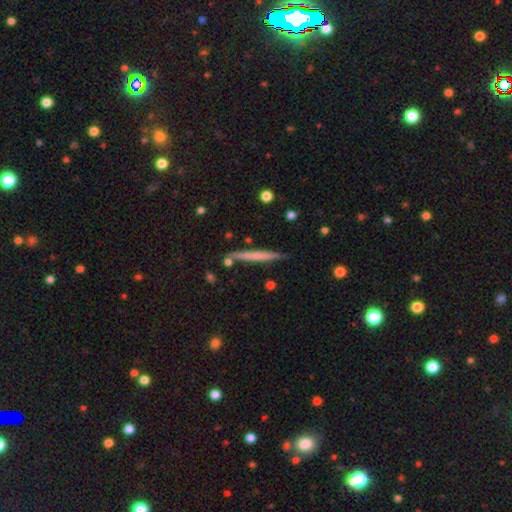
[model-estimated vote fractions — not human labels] Overall: smooth (53%; featured or disk 41%). How rounded: cigar-shaped (96%). Merging: none (86%).